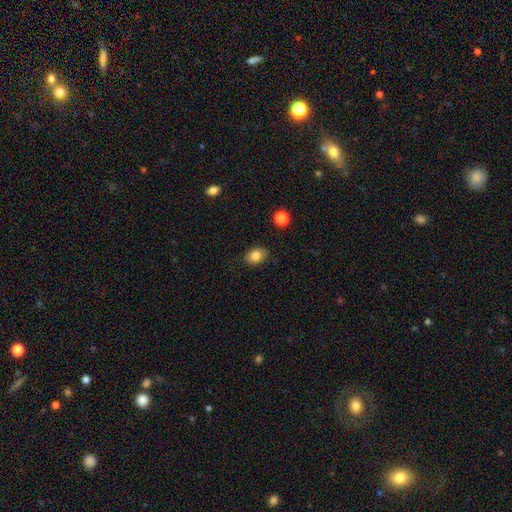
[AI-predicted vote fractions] smooth_or_featured: smooth (p=0.83) [alt: star or artifact p=0.09]
how_rounded: in between (p=0.67) [alt: round p=0.32]
merging: none (p=0.86) [alt: minor disturbance p=0.10]